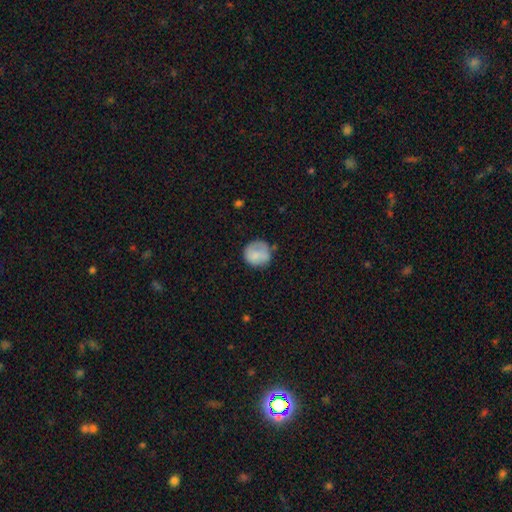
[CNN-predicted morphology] type=smooth (78%); roundness=round (86%); merging=none (63%).